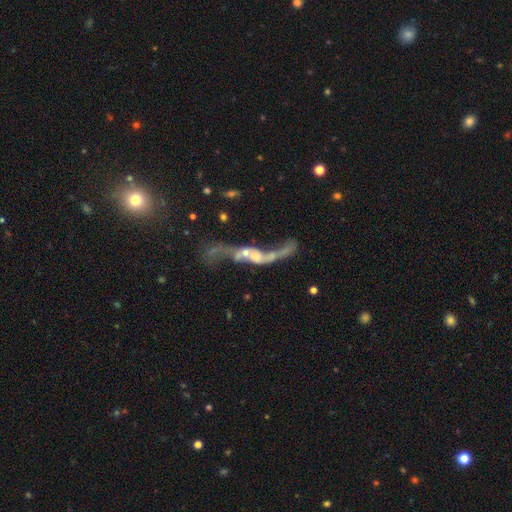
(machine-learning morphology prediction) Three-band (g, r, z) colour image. It shows a featured or disk galaxy (77%) with no bar (61%), spiral arms (73%) and a small central bulge (45%). Merging: merger (36%).